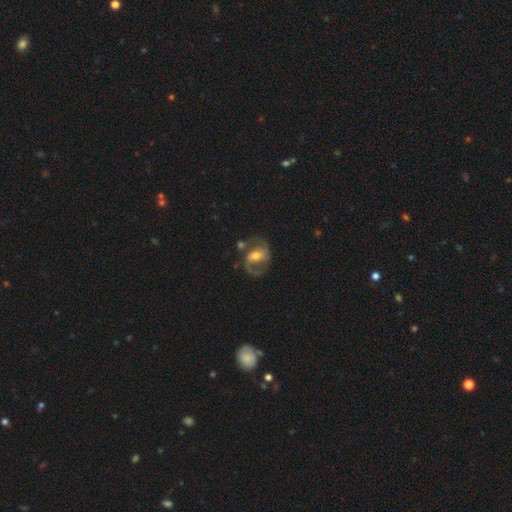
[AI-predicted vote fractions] A featured or disk galaxy (80%) with a weak bar (44%), 2 (85%) medium (55%) spiral arms (90%) and a moderate central bulge (62%).

Vote fractions:
- Smooth or featured? featured or disk: 80% / smooth: 14% / star or artifact: 6%
- Edge-on disk? no: 97% / yes: 3%
- Bar? weak: 44% / no: 30% / strong: 26%
- Spiral arms? yes: 90% / no: 10%
- Spiral winding? medium: 55% / loose: 28% / tight: 17%
- Spiral arm count? 2: 85% / 1: 6% / can't tell: 5% / 3: 2% / 4: 1% / more than 4: 1%
- Bulge size? moderate: 62% / small: 28% / large: 7% / none: 2% / dominant: 1%
- Merging? none: 61% / minor disturbance: 17% / major disturbance: 14% / merger: 8%